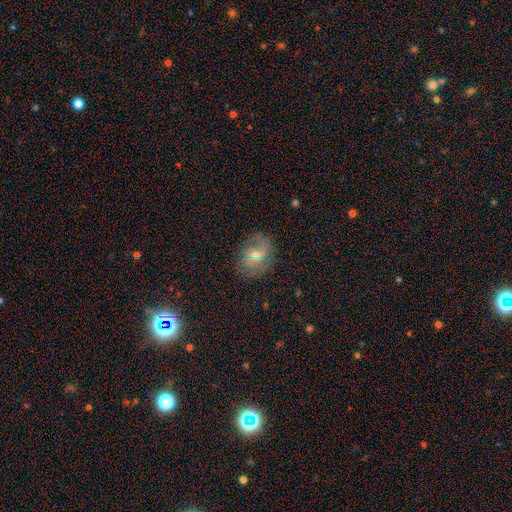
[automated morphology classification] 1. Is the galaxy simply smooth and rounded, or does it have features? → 53% featured or disk, 35% smooth, 12% star or artifact.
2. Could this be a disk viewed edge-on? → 95% no, 5% yes.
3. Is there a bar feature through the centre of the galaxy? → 53% no, 38% weak, 9% strong.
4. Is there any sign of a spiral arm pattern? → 76% yes, 24% no.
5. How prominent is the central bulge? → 54% small, 41% moderate, 2% large, 2% none, 1% dominant.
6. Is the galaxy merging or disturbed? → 71% none, 19% minor disturbance, 9% major disturbance, 2% merger.